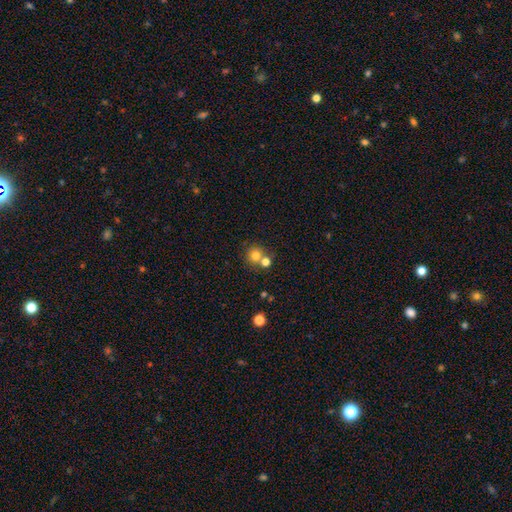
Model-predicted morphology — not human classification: The model was most divided on "merging": none: 58%, merger: 32%, minor disturbance: 7%, major disturbance: 3%. More confident: how rounded — round (90%); smooth or featured — smooth (77%).